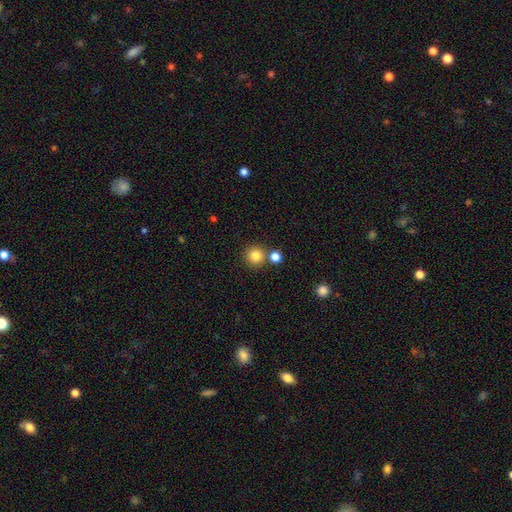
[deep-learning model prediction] smooth-or-featured: smooth: 82% | star or artifact: 12% | featured or disk: 6%
  how-rounded: round: 94% | in between: 5% | cigar-shaped: 1%
  merging: none: 77% | merger: 14% | minor disturbance: 7% | major disturbance: 2%